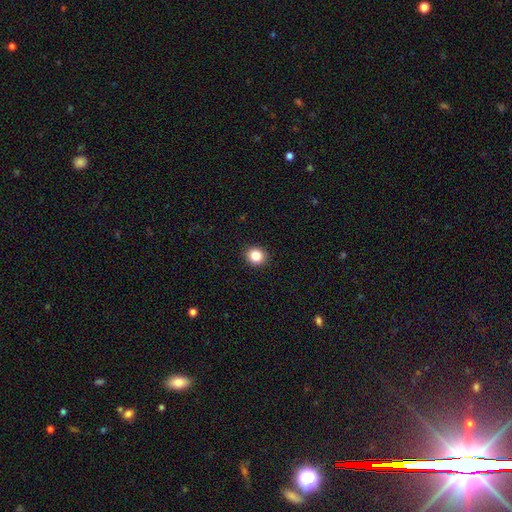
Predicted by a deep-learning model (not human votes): Overall: smooth (85%). How rounded: round (80%). Merging: none (92%).